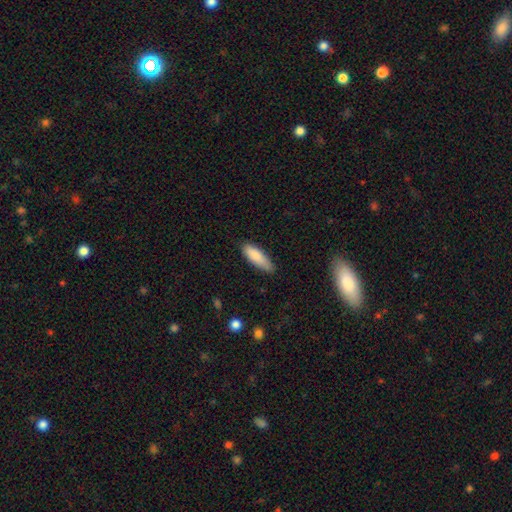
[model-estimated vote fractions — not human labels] This appears to be a smooth galaxy with no disk features (85%) that is in between round and cigar-shaped (55%). Merging: none (75%).